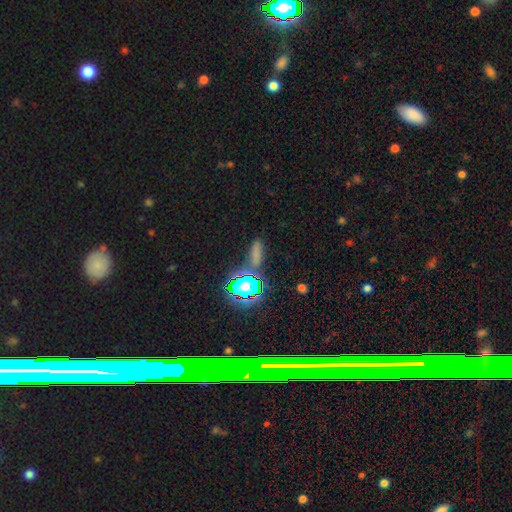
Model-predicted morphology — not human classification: smooth_or_featured: smooth (p=0.56) [alt: star or artifact p=0.34]
how_rounded: in between (p=0.45) [alt: cigar-shaped p=0.44]
merging: none (p=0.73) [alt: minor disturbance p=0.13]